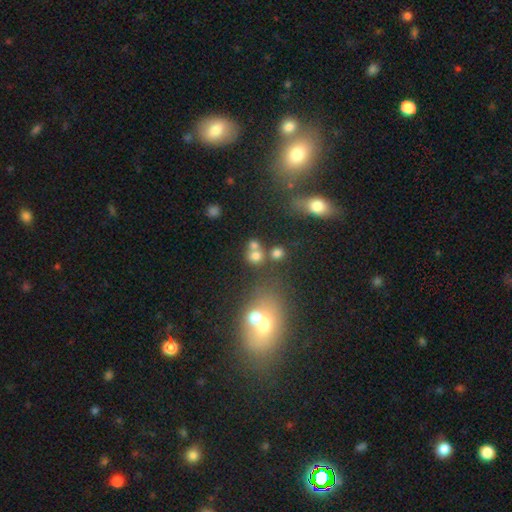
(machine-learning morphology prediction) Smooth or featured? smooth (69%)
How rounded? round (79%)
Merging? none (48%)